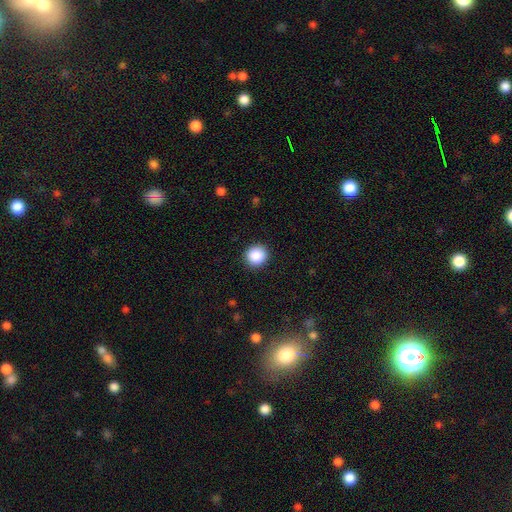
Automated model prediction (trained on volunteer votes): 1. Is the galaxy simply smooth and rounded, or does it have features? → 88% smooth, 9% star or artifact, 3% featured or disk.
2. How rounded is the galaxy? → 92% round, 7% in between, 1% cigar-shaped.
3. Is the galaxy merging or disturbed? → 91% none, 6% minor disturbance, 2% major disturbance, 1% merger.